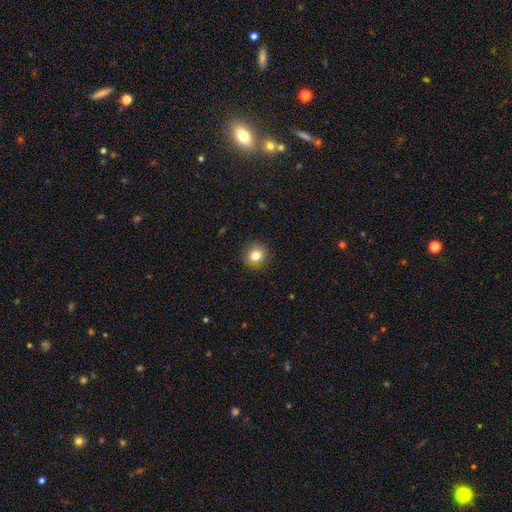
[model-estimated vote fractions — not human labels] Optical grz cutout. It shows a smooth galaxy with no disk features (81%) that is round (86%). Merging: none (87%).